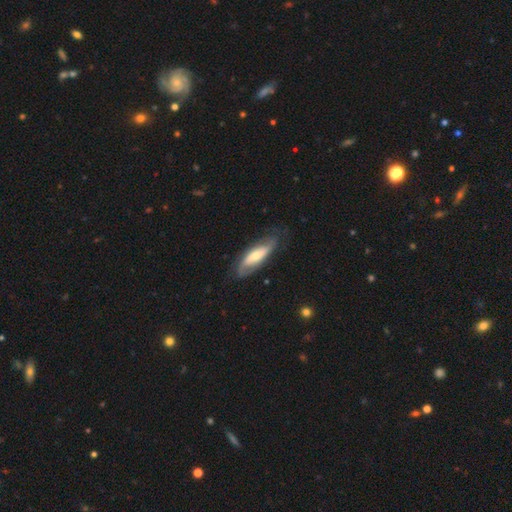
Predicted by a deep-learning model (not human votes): This is possibly a featured or disk galaxy (59%). It is likely not viewed edge-on (80%). Merging: likely none (70%).